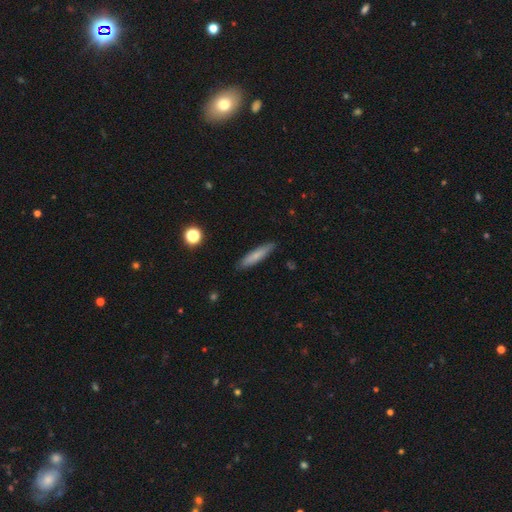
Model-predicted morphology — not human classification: Smooth or featured: smooth — 75% (featured or disk — 18%)
How rounded: cigar-shaped — 85% (in between — 14%)
Merging: none — 88% (minor disturbance — 9%)